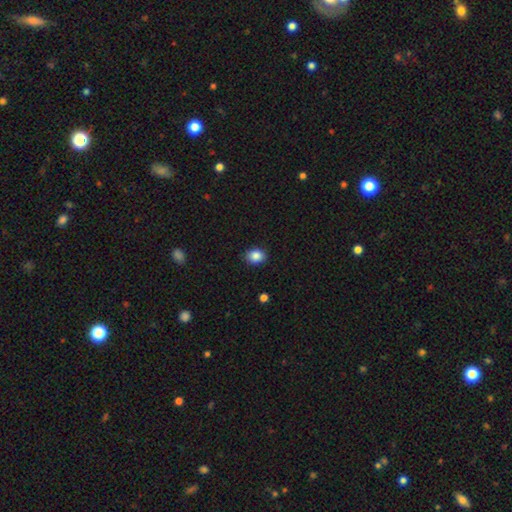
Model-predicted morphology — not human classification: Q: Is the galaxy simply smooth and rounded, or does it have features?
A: smooth — 87%.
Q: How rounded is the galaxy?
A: in between — 54%.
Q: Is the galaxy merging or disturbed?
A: none — 88%.